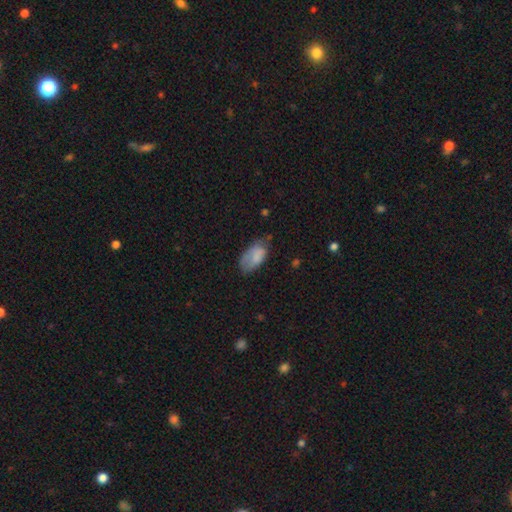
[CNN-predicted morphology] type=smooth (78%); roundness=in between (94%); merging=none (49%).